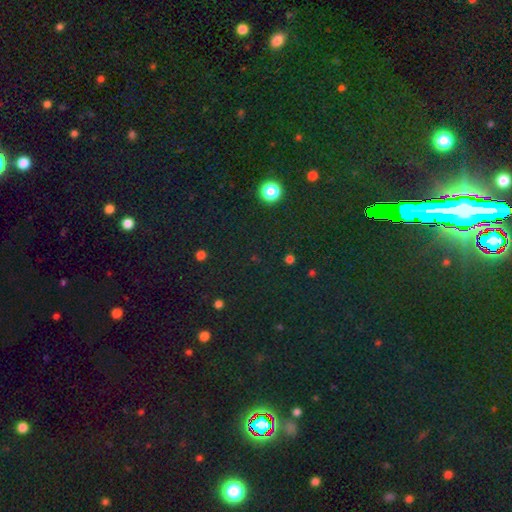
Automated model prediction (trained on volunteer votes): Overall: star or artifact (78%).